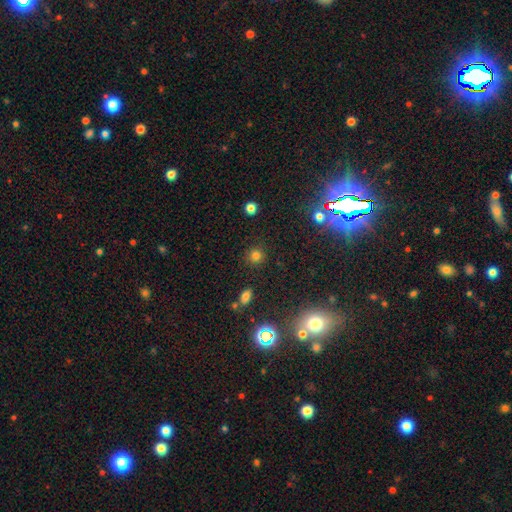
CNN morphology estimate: A smooth galaxy with no disk features (78%) that is round (92%).

Vote fractions:
- Smooth or featured? smooth: 78% / star or artifact: 17% / featured or disk: 5%
- How rounded? round: 92% / in between: 7% / cigar-shaped: 1%
- Merging? none: 89% / minor disturbance: 7% / major disturbance: 3% / merger: 2%